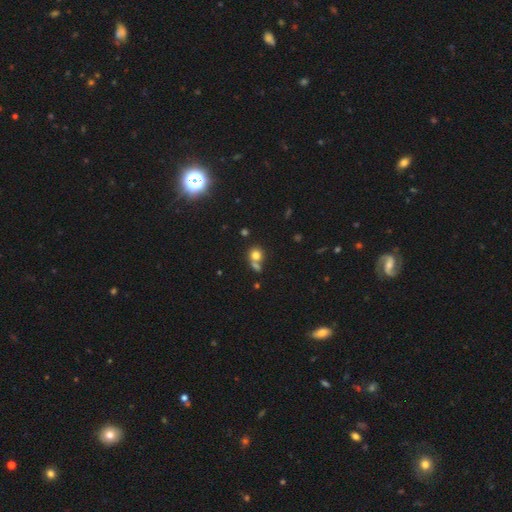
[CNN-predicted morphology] Smooth or featured? Predicted: smooth (p=0.77). How rounded? Predicted: round (p=0.84). Merging? Predicted: none (p=0.49).